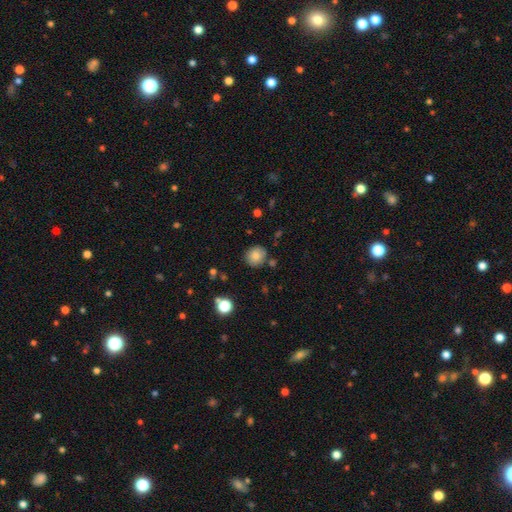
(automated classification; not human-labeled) Smooth or featured?
  - smooth: 82% *
  - star or artifact: 10%
  - featured or disk: 8%
How rounded?
  - round: 85% *
  - in between: 14%
  - cigar-shaped: 1%
Merging?
  - none: 83% *
  - minor disturbance: 10%
  - merger: 5%
  - major disturbance: 3%